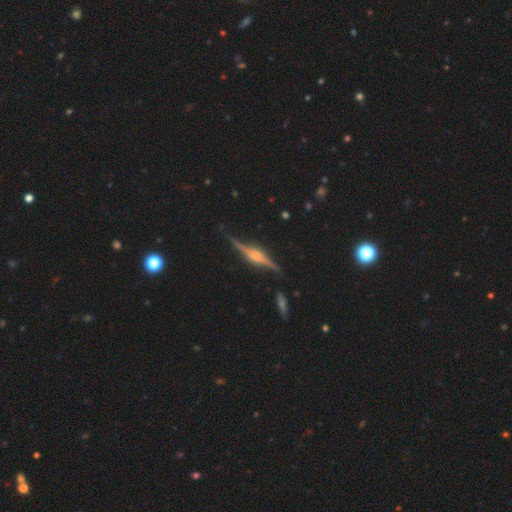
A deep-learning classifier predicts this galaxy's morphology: smooth-or-featured: featured or disk: 86% | smooth: 7% | star or artifact: 6%
  disk-edge-on: yes: 97% | no: 3%
    edge-on-bulge: rounded: 85% | boxy: 12% | none: 3%
  merging: none: 86% | minor disturbance: 10% | major disturbance: 2% | merger: 2%